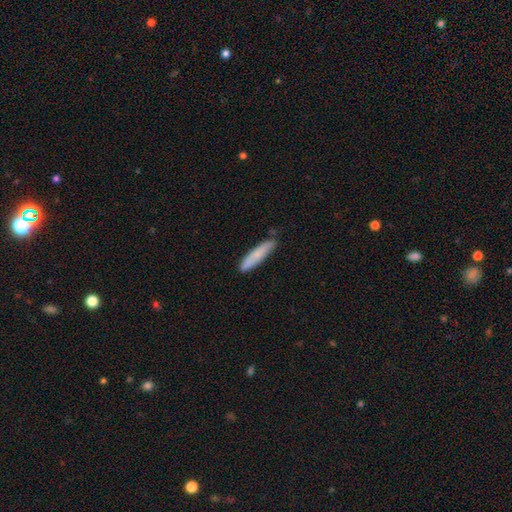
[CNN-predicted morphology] smooth_or_featured: smooth (p=0.77) [alt: featured or disk p=0.17]
how_rounded: cigar-shaped (p=0.86) [alt: in between p=0.13]
merging: none (p=0.83) [alt: minor disturbance p=0.13]